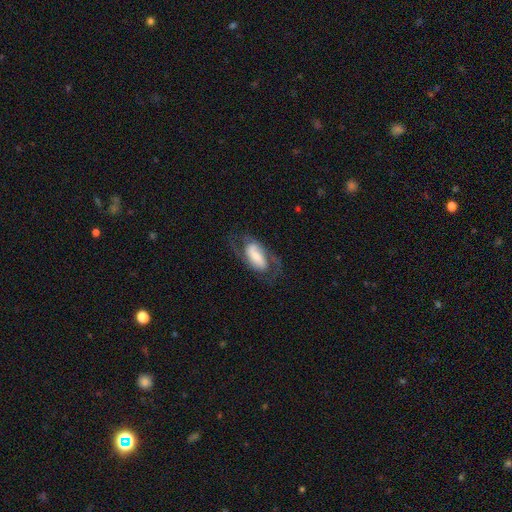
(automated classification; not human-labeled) The model was most divided on "bar": weak: 39%, strong: 34%, no: 27%. Remaining: edge-on disk — no (94%); spiral arms — yes (89%); spiral arm count — 2 (85%); smooth or featured — featured or disk (73%); merging — none (63%); spiral winding — medium (49%); bulge size — small (41%).